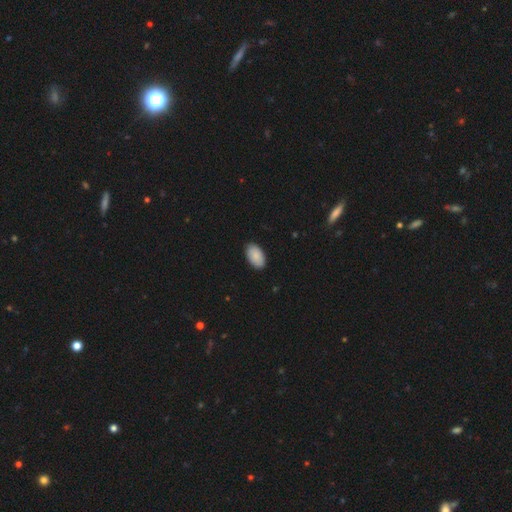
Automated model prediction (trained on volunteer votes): This appears to be a smooth galaxy with no disk features (89%) that is in between round and cigar-shaped (95%). Merging: none (88%).